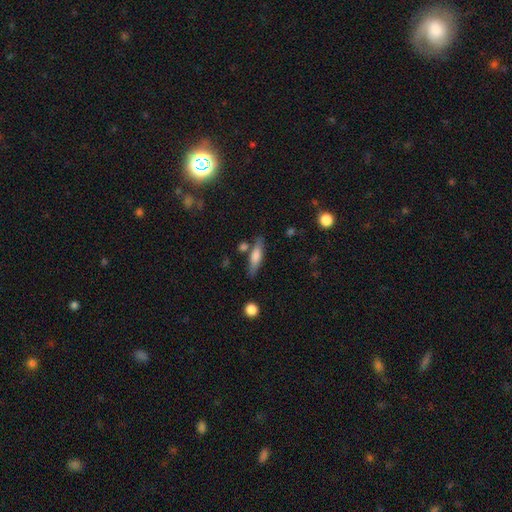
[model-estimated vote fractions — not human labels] smooth 65%, featured or disk 29%, star or artifact 7%. Down the decision tree: how rounded — cigar-shaped (67%); merging — none (75%).